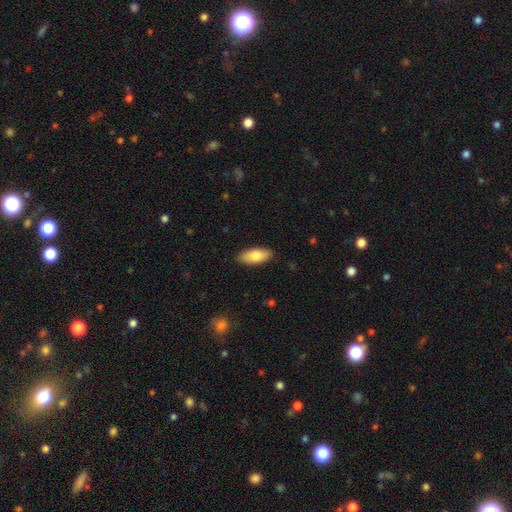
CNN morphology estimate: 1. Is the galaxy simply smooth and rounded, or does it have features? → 80% smooth, 14% featured or disk, 6% star or artifact.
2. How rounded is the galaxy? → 84% in between, 14% cigar-shaped, 2% round.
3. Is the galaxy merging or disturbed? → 88% none, 9% minor disturbance, 2% major disturbance, 1% merger.